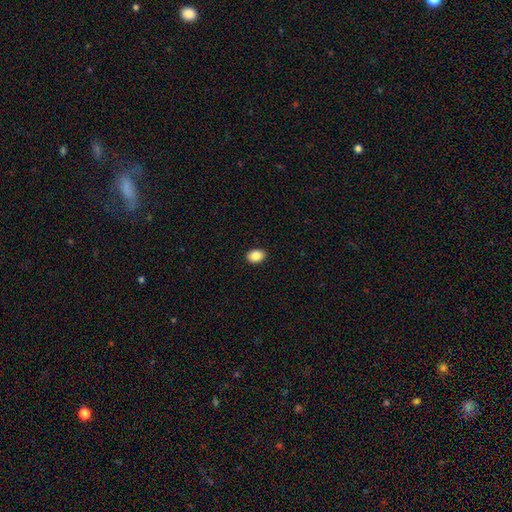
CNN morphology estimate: Q: Smooth or featured?
A: smooth (87%); runner-up: star or artifact (8%)
Q: How rounded?
A: in between (73%); runner-up: round (26%)
Q: Merging?
A: none (91%); runner-up: minor disturbance (6%)